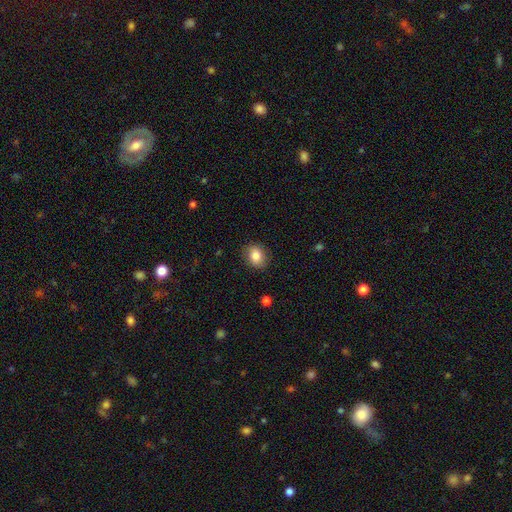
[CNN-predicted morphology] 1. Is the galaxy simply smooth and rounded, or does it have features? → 84% smooth, 9% star or artifact, 7% featured or disk.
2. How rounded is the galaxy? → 55% in between, 44% round, 1% cigar-shaped.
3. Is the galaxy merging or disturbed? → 85% none, 11% minor disturbance, 3% major disturbance, 1% merger.